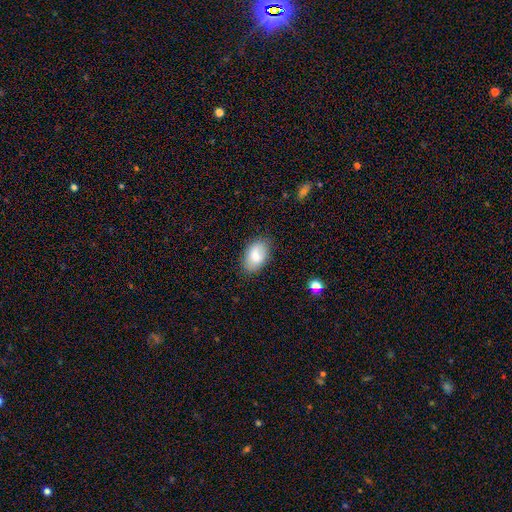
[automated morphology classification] A smooth galaxy with no disk features (77%) that is in between round and cigar-shaped (92%).

Vote fractions:
- Smooth or featured? smooth: 77% / featured or disk: 16% / star or artifact: 7%
- How rounded? in between: 92% / round: 7% / cigar-shaped: 1%
- Merging? none: 81% / minor disturbance: 15% / major disturbance: 3% / merger: 1%